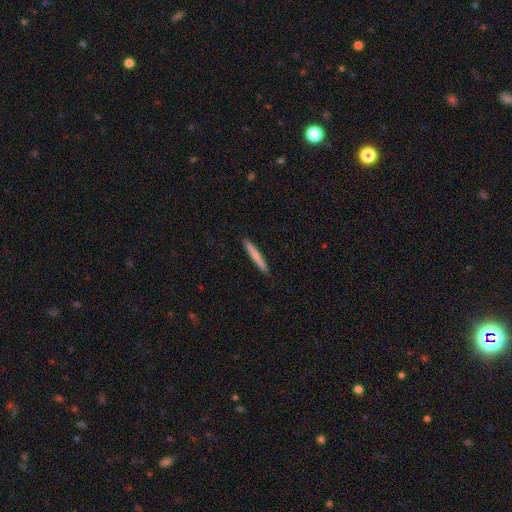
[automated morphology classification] Smooth or featured? Predicted: smooth (p=0.68). How rounded? Predicted: cigar-shaped (p=0.96). Merging? Predicted: none (p=0.90).